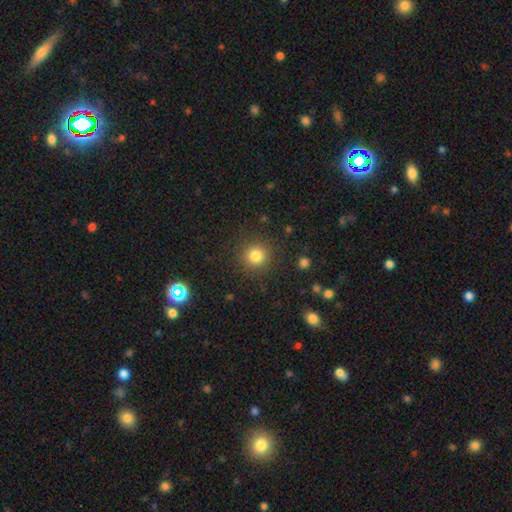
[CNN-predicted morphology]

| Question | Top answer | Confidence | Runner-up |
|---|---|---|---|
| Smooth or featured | smooth | 81% | star or artifact (13%) |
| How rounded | round | 94% | in between (5%) |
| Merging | none | 89% | minor disturbance (7%) |